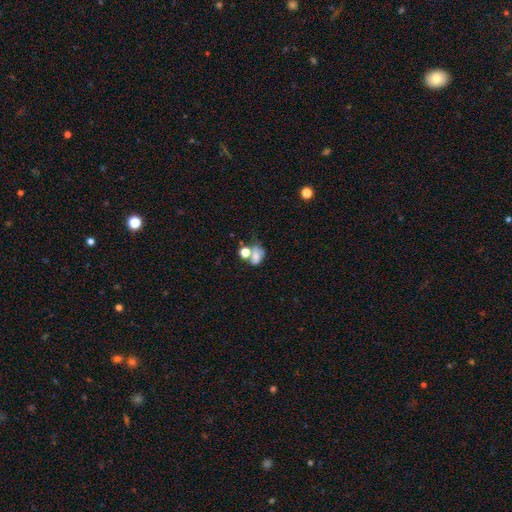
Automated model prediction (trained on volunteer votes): Smooth or featured? smooth (65%)
How rounded? in between (61%)
Merging? merger (44%)